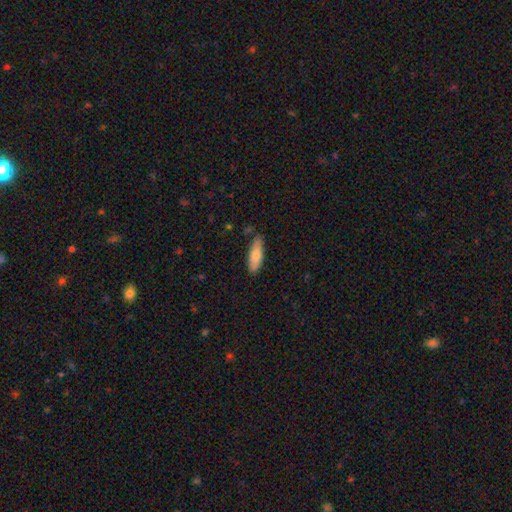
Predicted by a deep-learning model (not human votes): smooth_or_featured: smooth (p=0.78) [alt: featured or disk p=0.16]
how_rounded: in between (p=0.56) [alt: cigar-shaped p=0.42]
merging: none (p=0.81) [alt: minor disturbance p=0.15]